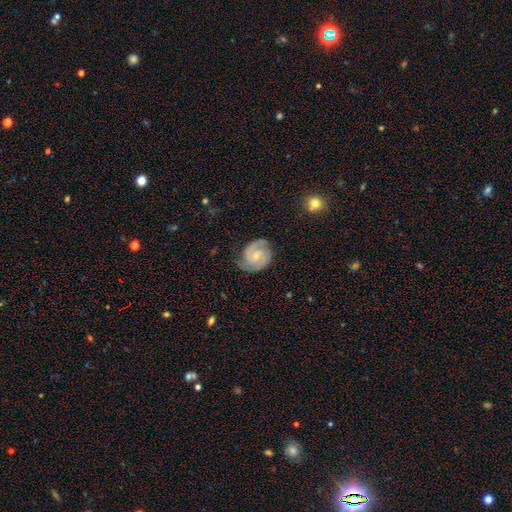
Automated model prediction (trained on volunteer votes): This appears to be a featured or disk galaxy (84%) with no bar (56%), 2 (80%) tight (49%) spiral arms (97%) and a small central bulge (65%). Merging: none (73%).